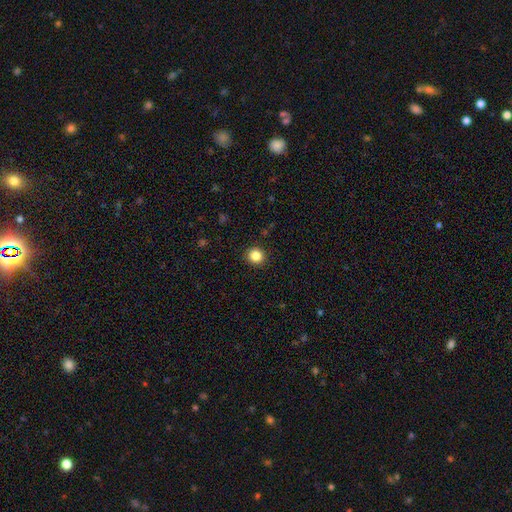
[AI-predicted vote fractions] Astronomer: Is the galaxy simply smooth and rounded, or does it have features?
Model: smooth — 85%.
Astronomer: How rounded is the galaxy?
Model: round — 91%.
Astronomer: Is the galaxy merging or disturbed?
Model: none — 92%.